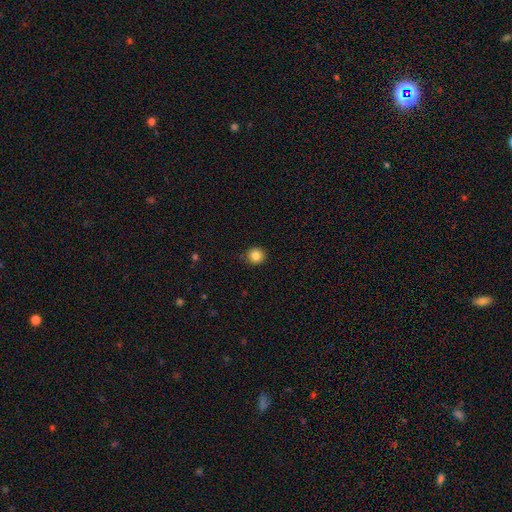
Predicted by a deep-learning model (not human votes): Smooth or featured: smooth — 84% (star or artifact — 10%)
How rounded: round — 91% (in between — 8%)
Merging: none — 86% (minor disturbance — 11%)